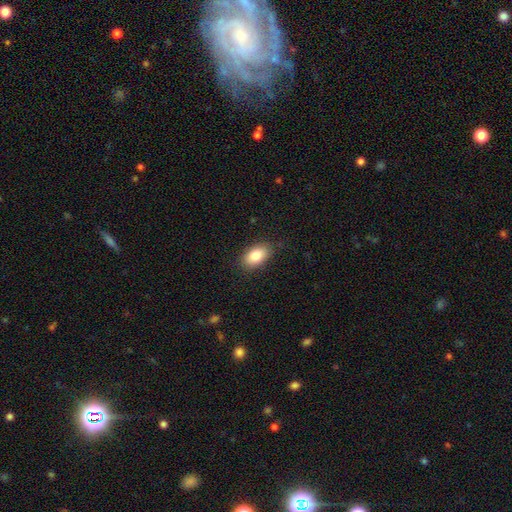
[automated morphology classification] A smooth galaxy with no disk features (83%) that is in between round and cigar-shaped (92%).

Vote fractions:
- Smooth or featured? smooth: 83% / featured or disk: 9% / star or artifact: 7%
- How rounded? in between: 92% / round: 6% / cigar-shaped: 3%
- Merging? none: 86% / minor disturbance: 11% / major disturbance: 3% / merger: 1%